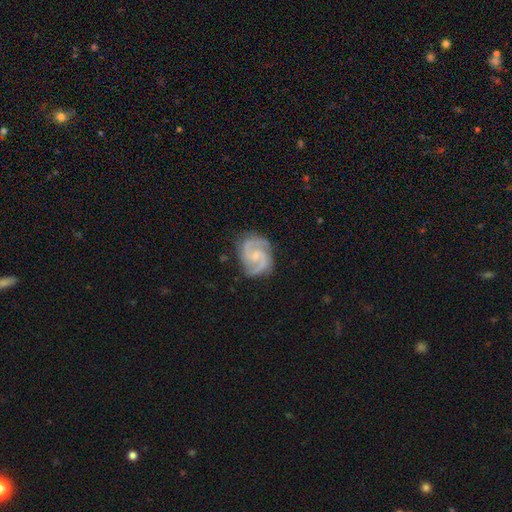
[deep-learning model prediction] smooth-or-featured: featured or disk: 91% | smooth: 5% | star or artifact: 4%
  disk-edge-on: no: 98% | yes: 2%
    bar: no: 50% | weak: 42% | strong: 8%
    has-spiral-arms: yes: 98% | no: 2%
      spiral-winding: medium: 56% | tight: 33% | loose: 11%
      spiral-arm-count: 2: 86% | 3: 7% | can't tell: 3% | 1: 1% | 4: 1% | more than 4: 1%
    bulge-size: small: 63% | moderate: 24% | none: 11% | large: 1% | dominant: 1%
  merging: none: 78% | minor disturbance: 16% | major disturbance: 5% | merger: 1%